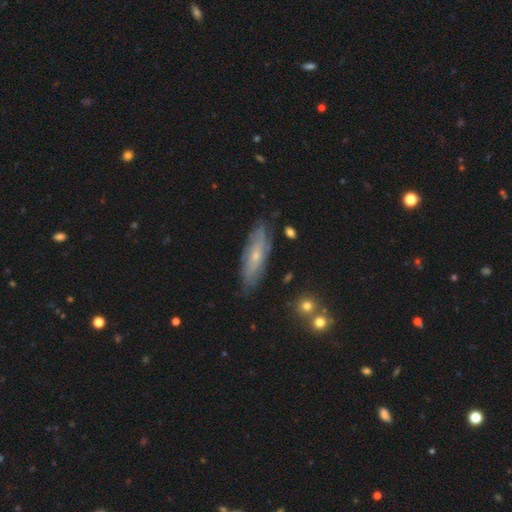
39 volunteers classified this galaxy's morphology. smooth-or-featured: featured or disk: 74% | smooth: 18% | star or artifact: 8%
  disk-edge-on: no: 79% | yes: 21%
    bar: no: 91% | strong: 4% | weak: 4%
    has-spiral-arms: yes: 87% | no: 13%
      spiral-winding: tight: 70% | medium: 20% | loose: 10%
      spiral-arm-count: can't tell: 75% | 2: 20% | 1: 5% | 3: 0% | 4: 0% | more than 4: 0%
    bulge-size: small: 87% | moderate: 13% | dominant: 0% | large: 0% | none: 0%
  merging: none: 69% | minor disturbance: 22% | major disturbance: 8% | merger: 0%